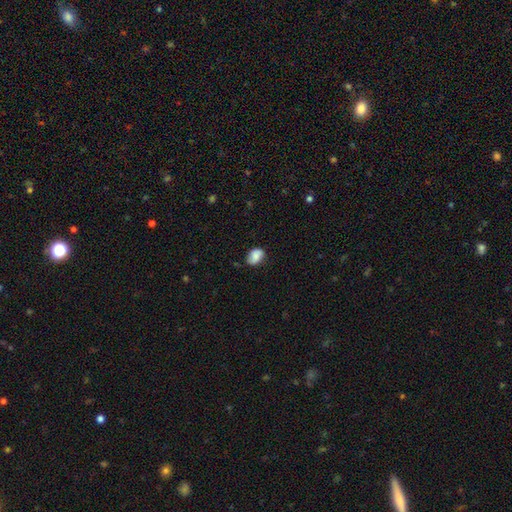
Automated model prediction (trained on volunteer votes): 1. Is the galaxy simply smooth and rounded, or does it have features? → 77% smooth, 15% featured or disk, 8% star or artifact.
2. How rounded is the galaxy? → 78% in between, 20% round, 1% cigar-shaped.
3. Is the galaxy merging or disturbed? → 68% none, 25% minor disturbance, 5% major disturbance, 2% merger.